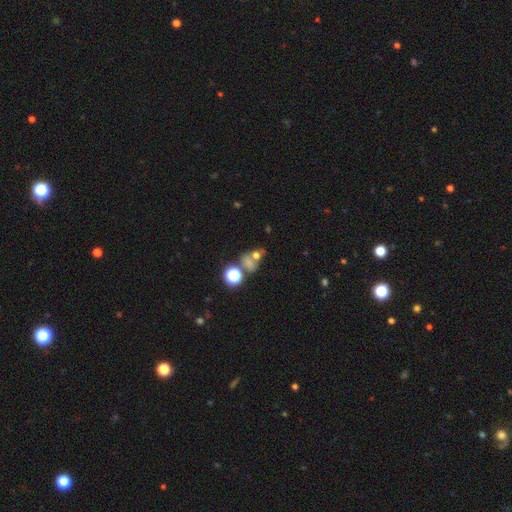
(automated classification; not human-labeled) The model was most divided on "merging": merger: 41%, none: 36%, minor disturbance: 12%, major disturbance: 11%. More confident: how rounded — round (58%); smooth or featured — smooth (56%).